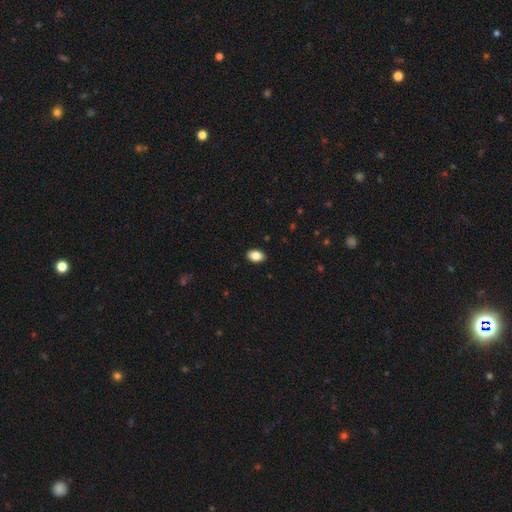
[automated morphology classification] A smooth galaxy with no disk features (87%) that is in between round and cigar-shaped (87%).

Vote fractions:
- Smooth or featured? smooth: 87% / star or artifact: 8% / featured or disk: 5%
- How rounded? in between: 87% / round: 12% / cigar-shaped: 1%
- Merging? none: 90% / minor disturbance: 7% / major disturbance: 2% / merger: 1%